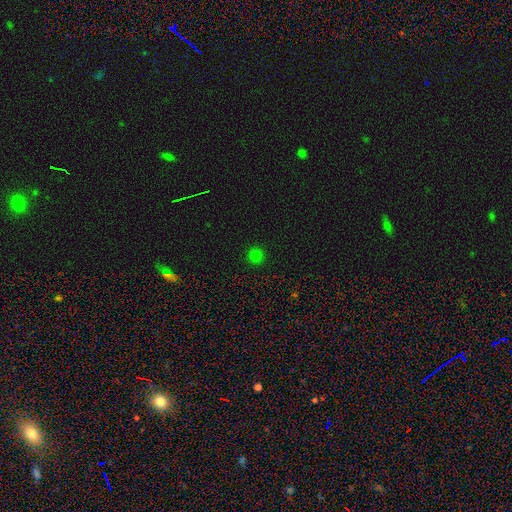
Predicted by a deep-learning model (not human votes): Q: Smooth or featured?
A: smooth (77%); runner-up: star or artifact (19%)
Q: How rounded?
A: round (95%); runner-up: in between (4%)
Q: Merging?
A: none (93%); runner-up: minor disturbance (5%)